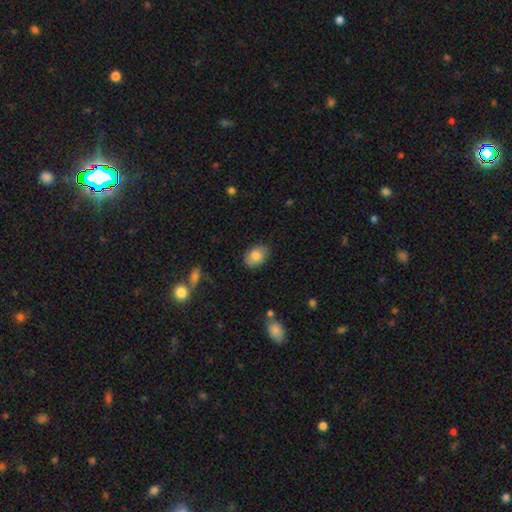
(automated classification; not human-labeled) Smooth or featured? Predicted: smooth (p=0.81). How rounded? Predicted: in between (p=0.76). Merging? Predicted: none (p=0.79).